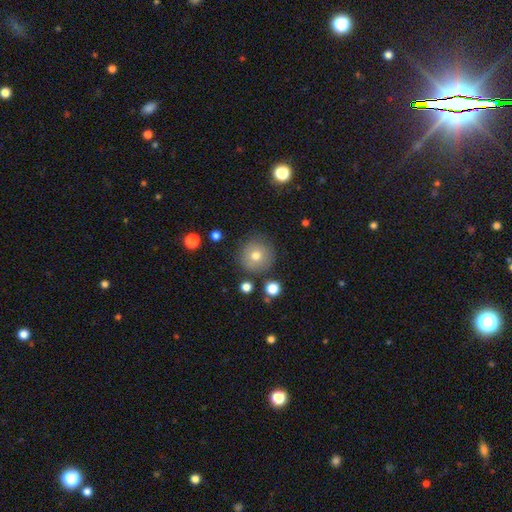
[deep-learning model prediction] smooth_or_featured: smooth (p=0.75) [alt: featured or disk p=0.15]
how_rounded: round (p=0.95) [alt: in between p=0.04]
merging: none (p=0.83) [alt: minor disturbance p=0.10]